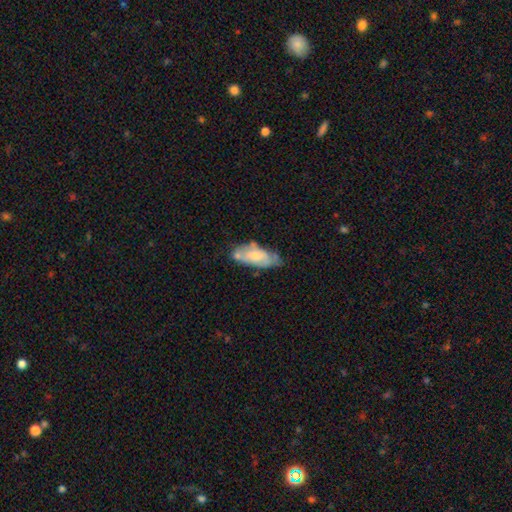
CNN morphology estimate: Smooth or featured: smooth — 55% (featured or disk — 39%)
How rounded: in between — 84% (cigar-shaped — 14%)
Merging: none — 44% (minor disturbance — 33%)